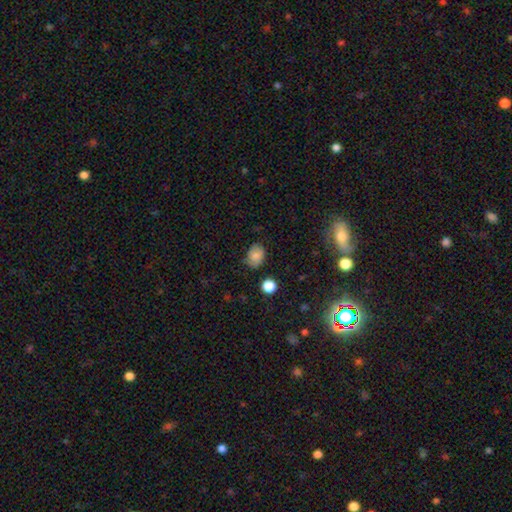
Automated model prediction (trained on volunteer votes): Morphology: type=smooth (80%); roundness=in between (68%); merging=none (69%).